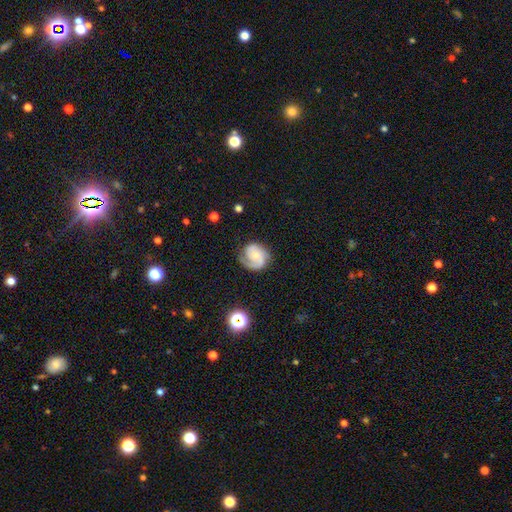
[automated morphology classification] This is likely a featured or disk galaxy (78%). It is clearly not viewed edge-on (98%). Bar: likely no (69%). Spiral arm pattern: clearly yes (96%). Spiral arm count: likely 2 (61%). Spiral winding: marginally tight (43%). Central bulge: possibly small (60%). Merging: likely none (70%).